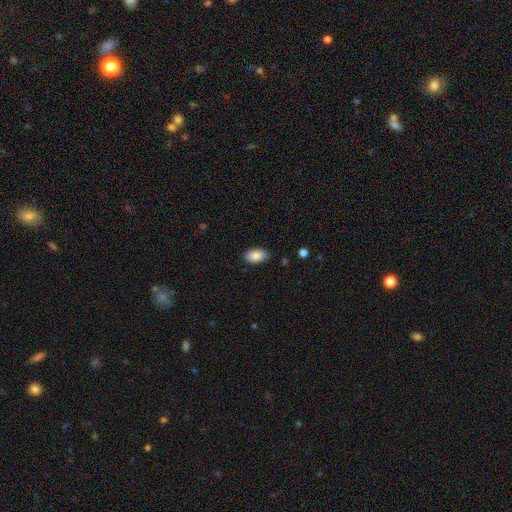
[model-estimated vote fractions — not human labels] A smooth galaxy with no disk features (87%) that is in between round and cigar-shaped (93%).

Vote fractions:
- Smooth or featured? smooth: 87% / star or artifact: 7% / featured or disk: 6%
- How rounded? in between: 93% / round: 6% / cigar-shaped: 1%
- Merging? none: 85% / minor disturbance: 11% / major disturbance: 2% / merger: 1%